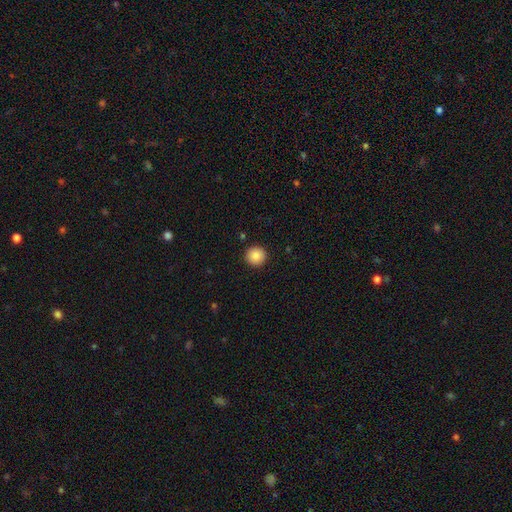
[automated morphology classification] Smooth or featured? smooth (88%)
How rounded? round (95%)
Merging? none (93%)